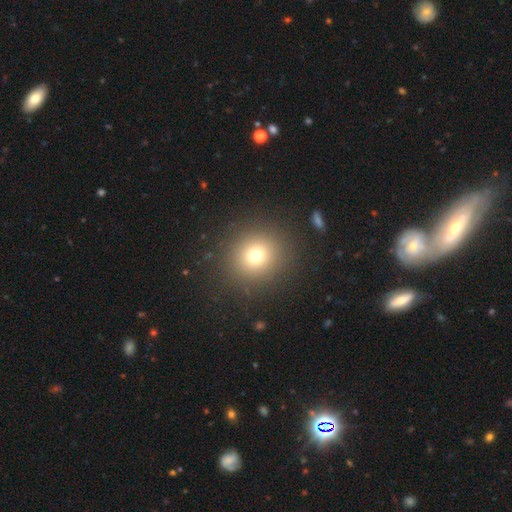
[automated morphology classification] This is likely a smooth galaxy (73%). How rounded: clearly round (89%). Merging: clearly none (88%).